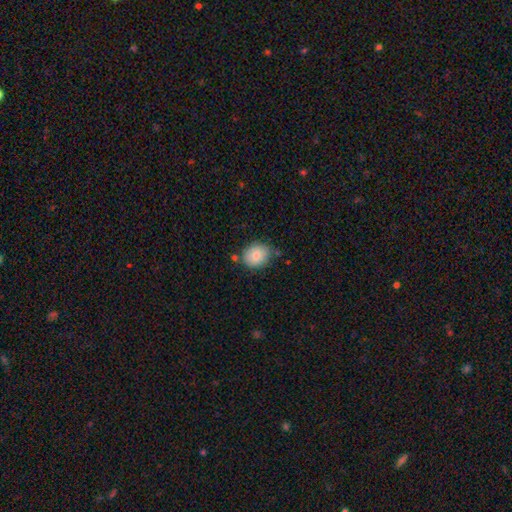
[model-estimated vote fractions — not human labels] Smooth or featured? Predicted: smooth (p=0.80). How rounded? Predicted: round (p=0.62). Merging? Predicted: none (p=0.74).